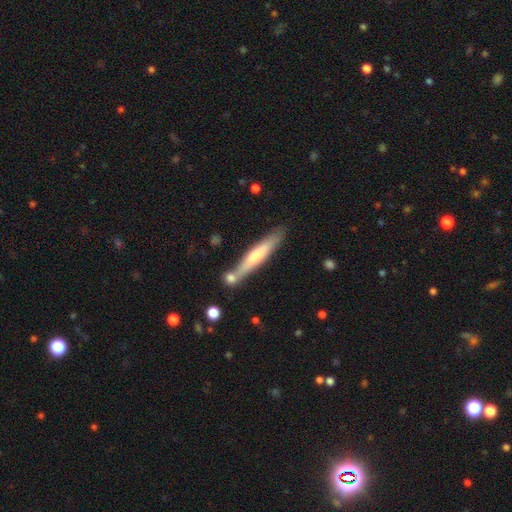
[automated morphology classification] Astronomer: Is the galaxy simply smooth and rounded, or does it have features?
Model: featured or disk — 52% (runner-up: smooth, 41%).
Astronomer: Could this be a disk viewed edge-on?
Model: yes — 91%.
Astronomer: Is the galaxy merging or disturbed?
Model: none — 75%.